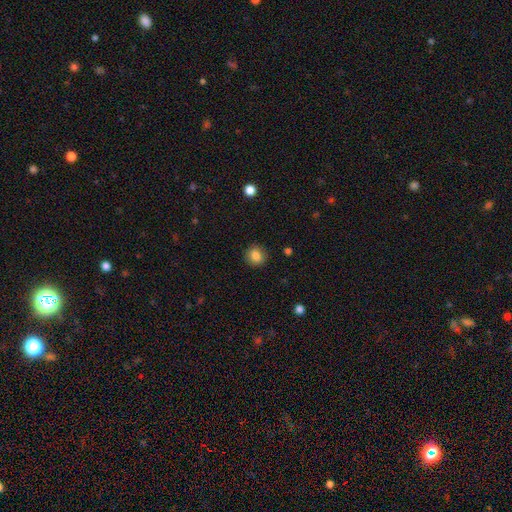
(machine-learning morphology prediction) smooth 84%, star or artifact 10%, featured or disk 6%. Down the decision tree: how rounded — round (86%); merging — none (90%).